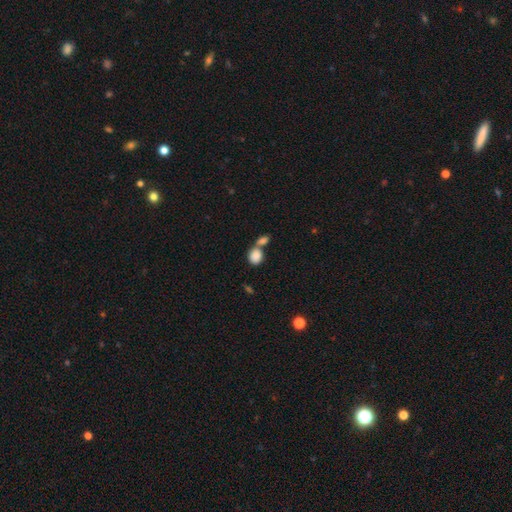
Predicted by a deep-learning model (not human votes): Smooth or featured?
  - smooth: 86% *
  - star or artifact: 8%
  - featured or disk: 6%
How rounded?
  - round: 57% *
  - in between: 42%
  - cigar-shaped: 2%
Merging?
  - merger: 55% *
  - none: 33%
  - minor disturbance: 8%
  - major disturbance: 4%